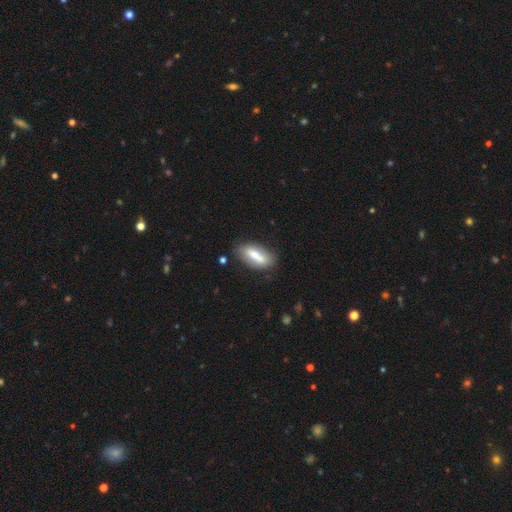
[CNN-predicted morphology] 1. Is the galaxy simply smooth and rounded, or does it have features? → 60% smooth, 33% featured or disk, 7% star or artifact.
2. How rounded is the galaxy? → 74% in between, 23% cigar-shaped, 3% round.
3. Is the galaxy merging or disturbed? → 75% none, 16% minor disturbance, 5% merger, 4% major disturbance.